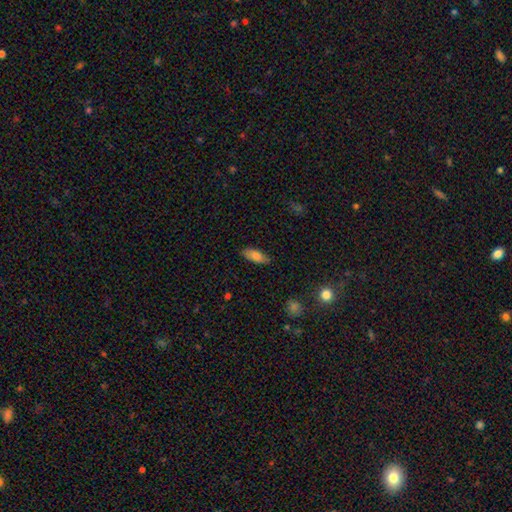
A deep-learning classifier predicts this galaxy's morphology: Smooth or featured?
  - smooth: 79% *
  - featured or disk: 14%
  - star or artifact: 7%
How rounded?
  - in between: 80% *
  - cigar-shaped: 17%
  - round: 2%
Merging?
  - none: 82% *
  - minor disturbance: 14%
  - major disturbance: 2%
  - merger: 1%